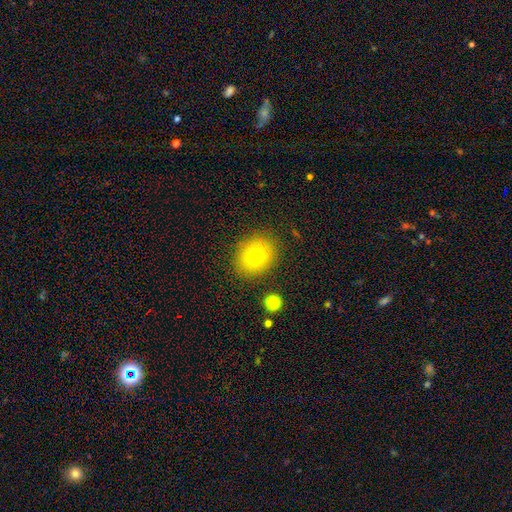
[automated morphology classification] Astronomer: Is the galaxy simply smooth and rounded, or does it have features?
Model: smooth — 75%.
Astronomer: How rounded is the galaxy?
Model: round — 63%.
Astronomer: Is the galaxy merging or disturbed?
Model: none — 86%.